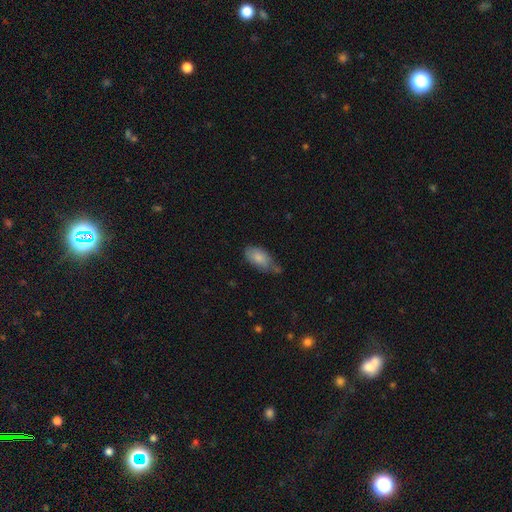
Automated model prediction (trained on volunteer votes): This appears to be a smooth galaxy with no disk features (76%) that is in between round and cigar-shaped (90%). Merging: none (58%).